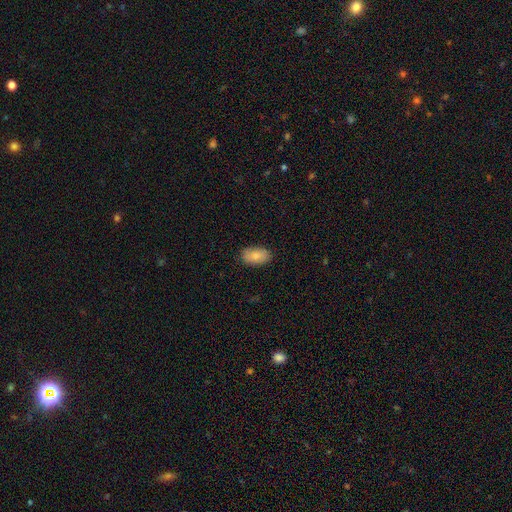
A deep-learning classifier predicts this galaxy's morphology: smooth_or_featured: smooth (p=0.83) [alt: featured or disk p=0.11]
how_rounded: in between (p=0.93) [alt: round p=0.05]
merging: none (p=0.86) [alt: minor disturbance p=0.11]